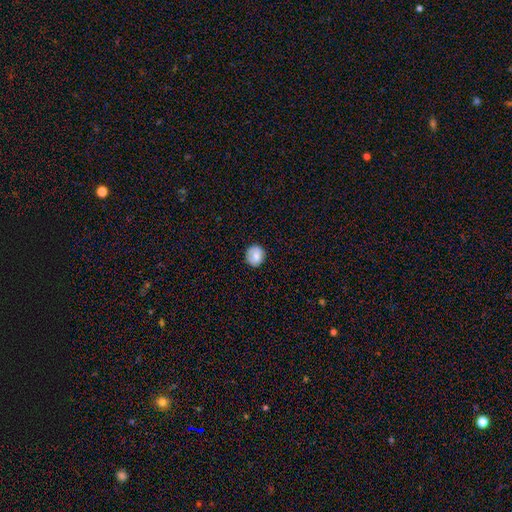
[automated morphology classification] Overall: smooth (81%). How rounded: round (86%). Merging: none (85%).